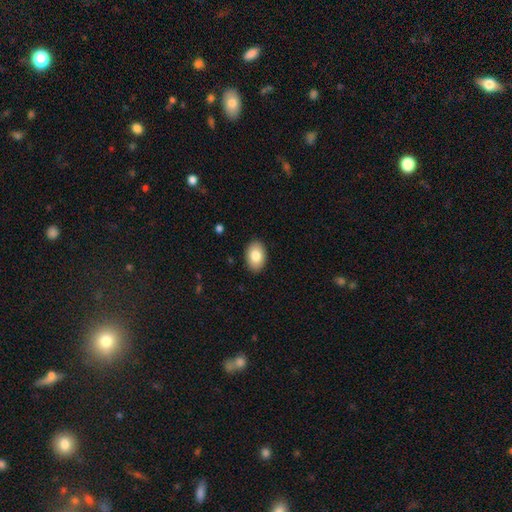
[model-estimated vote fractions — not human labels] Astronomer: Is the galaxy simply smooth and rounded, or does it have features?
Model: smooth — 84%.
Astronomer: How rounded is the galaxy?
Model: in between — 87%.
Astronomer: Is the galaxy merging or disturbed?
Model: none — 89%.